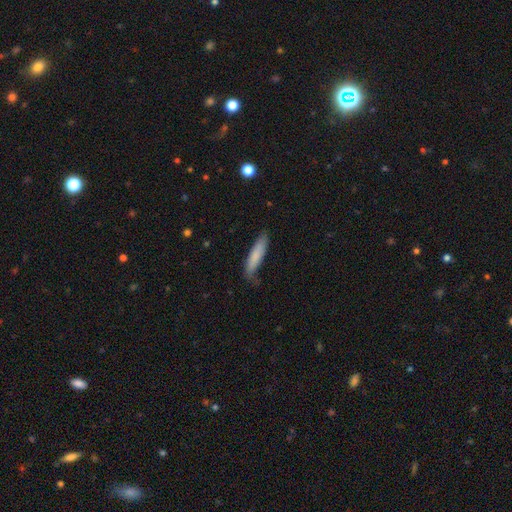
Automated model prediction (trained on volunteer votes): Smooth or featured? smooth (79%)
How rounded? cigar-shaped (79%)
Merging? none (70%)